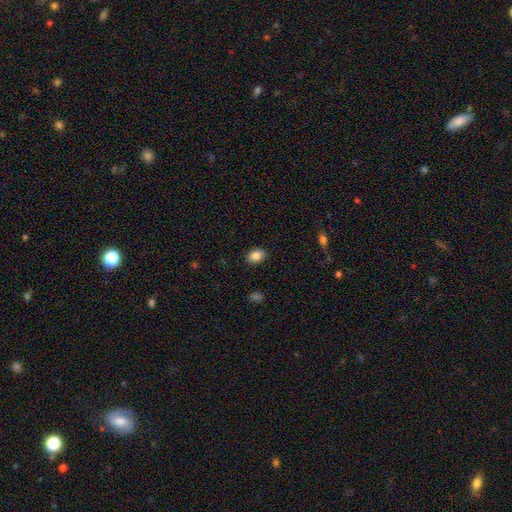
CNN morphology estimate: The model was most divided on "how rounded": in between: 77%, round: 22%, cigar-shaped: 1%. More confident: merging — none (88%); smooth or featured — smooth (87%).